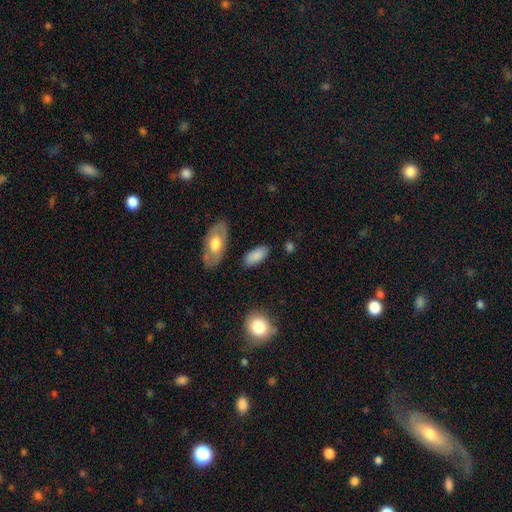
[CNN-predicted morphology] A smooth galaxy with no disk features (83%) that is in between round and cigar-shaped (89%).

Vote fractions:
- Smooth or featured? smooth: 83% / featured or disk: 10% / star or artifact: 7%
- How rounded? in between: 89% / cigar-shaped: 8% / round: 3%
- Merging? none: 82% / minor disturbance: 12% / merger: 3% / major disturbance: 3%